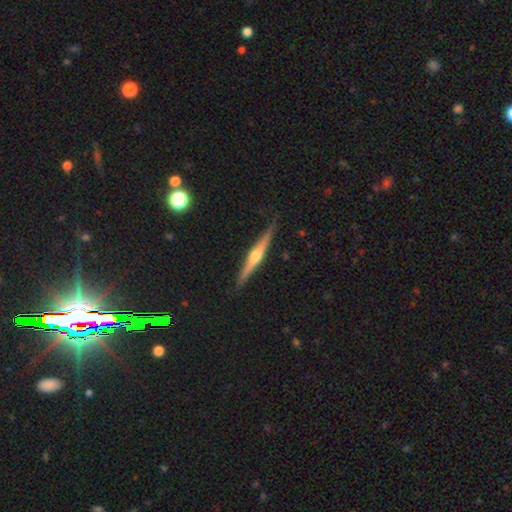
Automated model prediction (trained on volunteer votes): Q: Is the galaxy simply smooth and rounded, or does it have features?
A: featured or disk — 74%.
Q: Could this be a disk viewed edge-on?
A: yes — 98%.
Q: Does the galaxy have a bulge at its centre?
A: rounded — 91%.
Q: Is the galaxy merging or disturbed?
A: none — 87%.